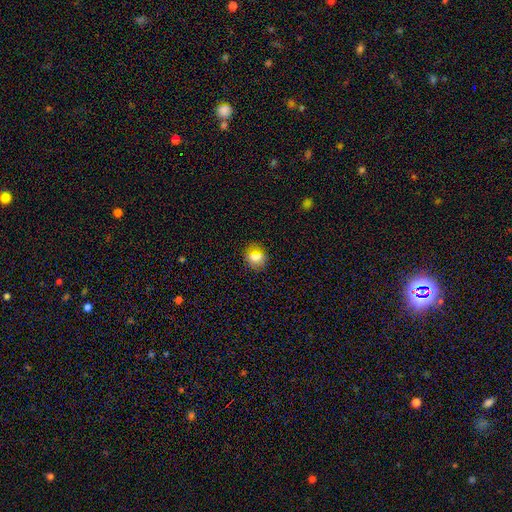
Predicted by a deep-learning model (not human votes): Q: Smooth or featured?
A: smooth (72%); runner-up: star or artifact (16%)
Q: How rounded?
A: round (71%); runner-up: in between (27%)
Q: Merging?
A: none (88%); runner-up: minor disturbance (9%)